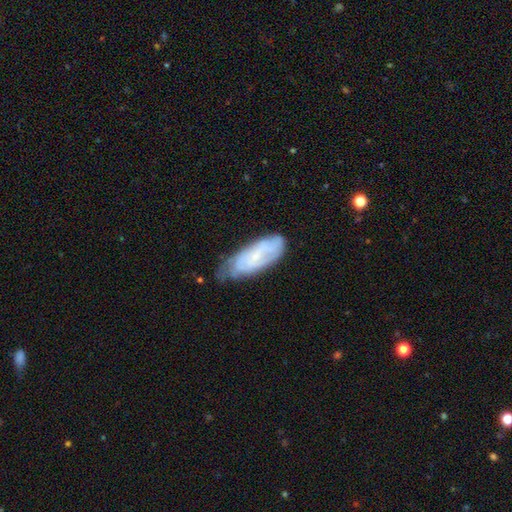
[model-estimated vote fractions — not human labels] smooth_or_featured: smooth (p=0.48) [alt: featured or disk p=0.44]
merging: none (p=0.51) [alt: minor disturbance p=0.37]